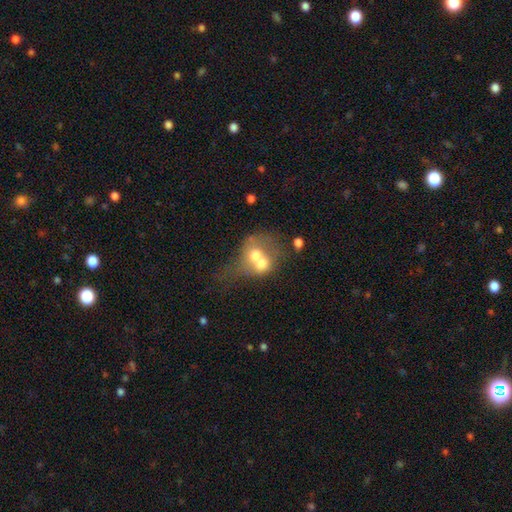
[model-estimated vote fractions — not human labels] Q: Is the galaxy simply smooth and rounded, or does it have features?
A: smooth — 52%.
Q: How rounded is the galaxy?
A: round — 60%.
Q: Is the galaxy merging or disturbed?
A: merger — 71%.